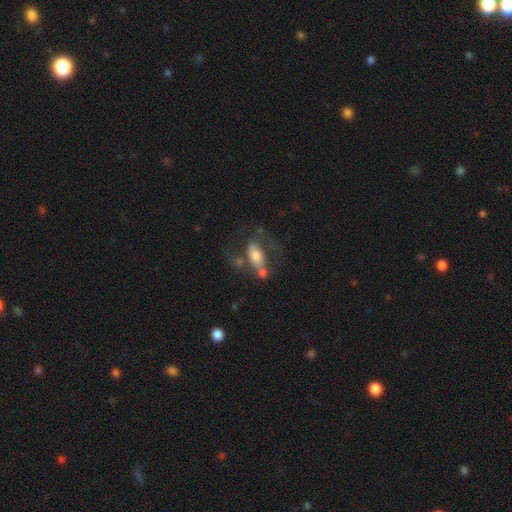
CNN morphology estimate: This is possibly a smooth galaxy (52%). How rounded: clearly in between (81%). Merging: marginally none (35%).